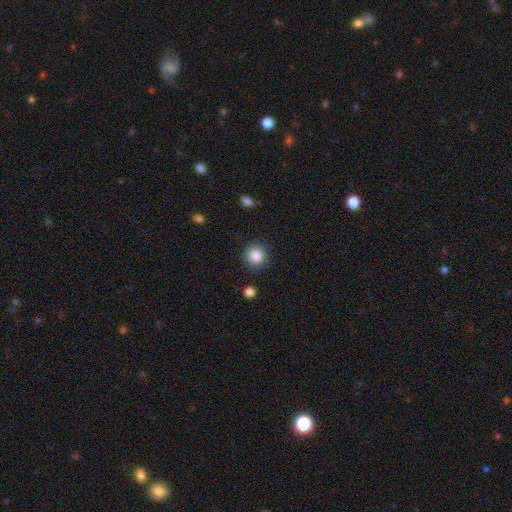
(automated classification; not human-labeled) smooth_or_featured: smooth (p=0.86) [alt: star or artifact p=0.09]
how_rounded: round (p=0.93) [alt: in between p=0.07]
merging: none (p=0.88) [alt: minor disturbance p=0.08]